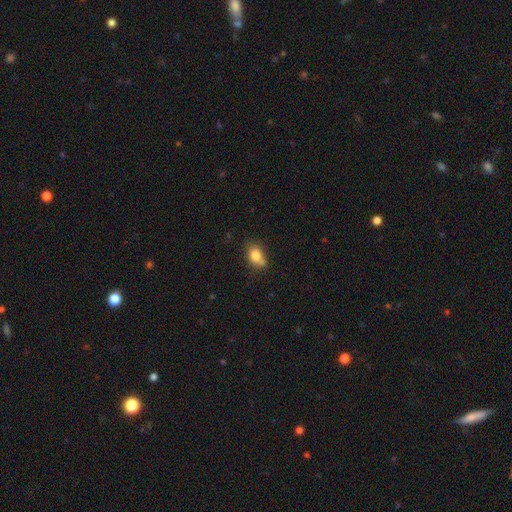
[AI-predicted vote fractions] This is clearly a smooth galaxy (80%). How rounded: likely in between (72%). Merging: possibly none (56%).